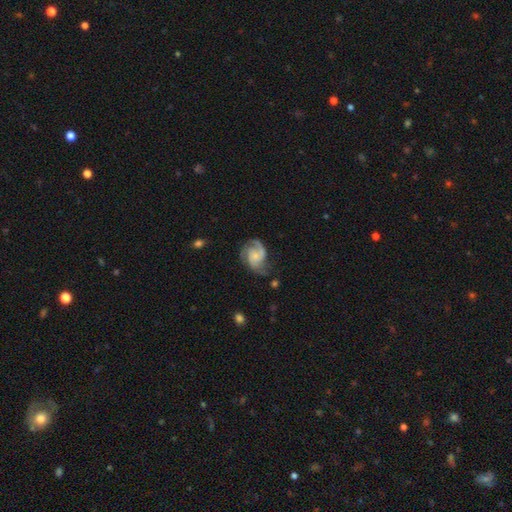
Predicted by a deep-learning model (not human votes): A featured or disk galaxy (82%) with no bar (66%), 2 (56%) medium (50%) spiral arms (96%) and a small central bulge (53%).

Vote fractions:
- Smooth or featured? featured or disk: 82% / smooth: 12% / star or artifact: 6%
- Edge-on disk? no: 98% / yes: 2%
- Bar? no: 66% / weak: 29% / strong: 5%
- Spiral arms? yes: 96% / no: 4%
- Spiral winding? medium: 50% / tight: 28% / loose: 22%
- Spiral arm count? 2: 56% / 3: 25% / can't tell: 8% / 1: 5% / 4: 3% / more than 4: 3%
- Bulge size? small: 53% / moderate: 23% / none: 20% / large: 4% / dominant: 1%
- Merging? none: 59% / minor disturbance: 23% / major disturbance: 16% / merger: 2%